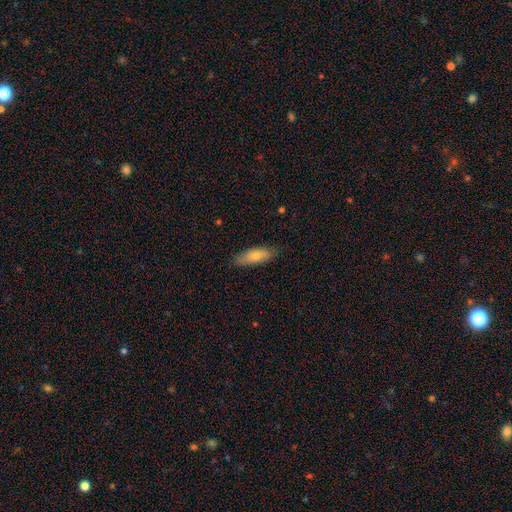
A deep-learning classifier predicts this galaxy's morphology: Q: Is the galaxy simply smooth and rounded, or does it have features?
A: smooth — 73%.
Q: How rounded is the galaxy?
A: in between — 63%.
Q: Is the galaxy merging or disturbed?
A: none — 81%.